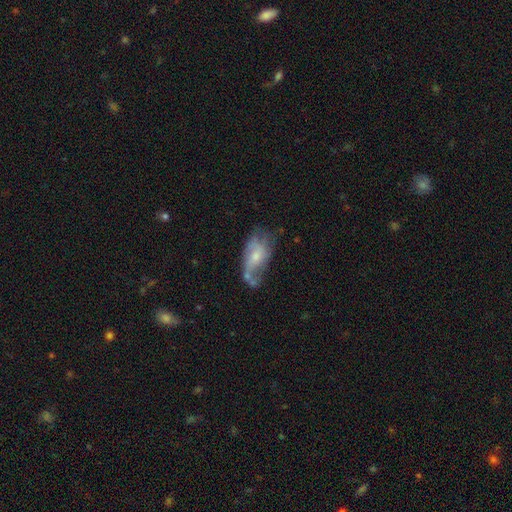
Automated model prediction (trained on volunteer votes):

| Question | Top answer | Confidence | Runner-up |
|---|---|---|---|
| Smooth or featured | featured or disk | 57% | smooth (35%) |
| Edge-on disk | no | 94% | yes (6%) |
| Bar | no | 67% | weak (28%) |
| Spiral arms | yes | 64% | no (36%) |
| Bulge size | small | 50% | moderate (39%) |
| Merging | none | 36% | minor disturbance (28%) |